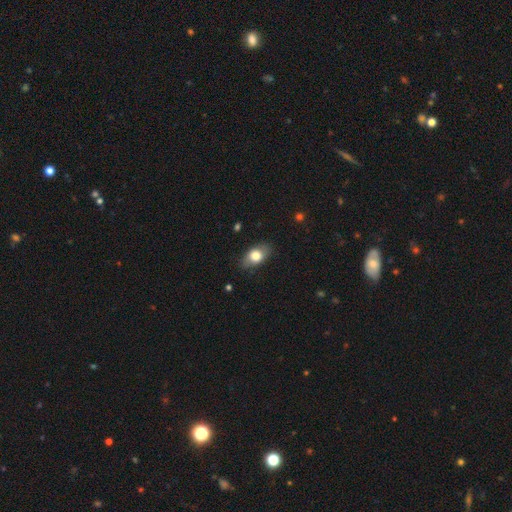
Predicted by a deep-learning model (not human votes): Smooth or featured?
  - smooth: 74% *
  - featured or disk: 19%
  - star or artifact: 7%
How rounded?
  - in between: 86% *
  - round: 11%
  - cigar-shaped: 3%
Merging?
  - none: 82% *
  - minor disturbance: 14%
  - major disturbance: 3%
  - merger: 1%